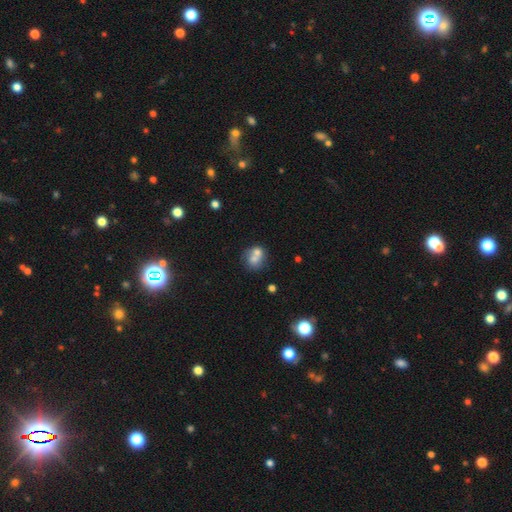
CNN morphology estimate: Smooth or featured: smooth — 66% (featured or disk — 24%)
How rounded: round — 62% (in between — 37%)
Merging: merger — 61% (none — 26%)